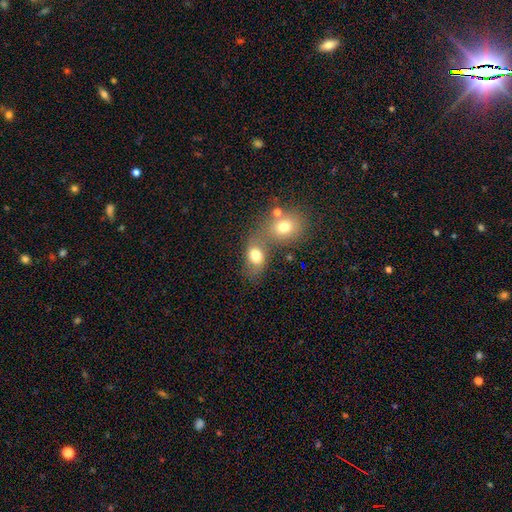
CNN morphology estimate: This appears to be a smooth galaxy with no disk features (73%) that is in between round and cigar-shaped (60%). Merging: merger (45%).